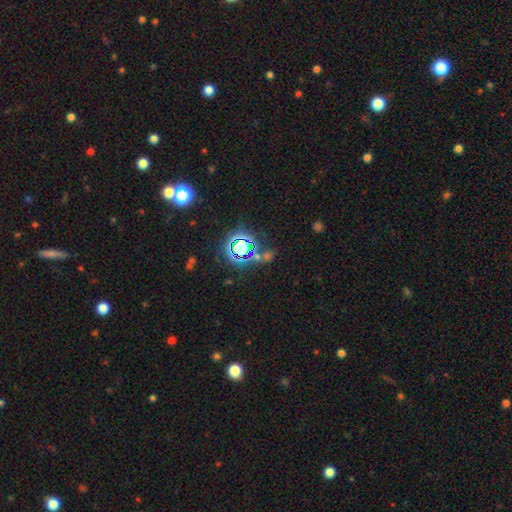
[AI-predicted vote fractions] Smooth or featured?
  - star or artifact: 73% *
  - smooth: 18%
  - featured or disk: 9%